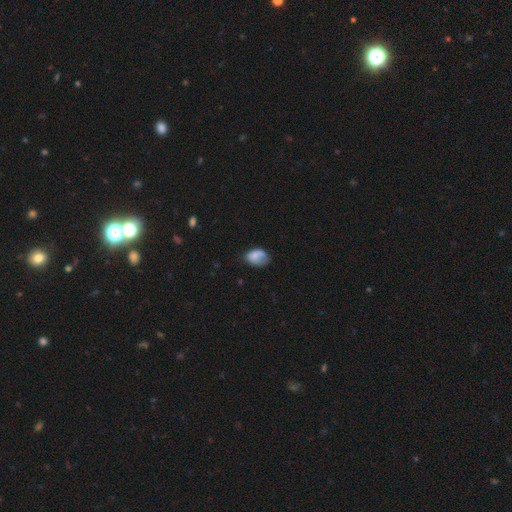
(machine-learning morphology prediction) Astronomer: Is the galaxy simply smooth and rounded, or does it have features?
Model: smooth — 76%.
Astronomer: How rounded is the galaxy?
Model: in between — 79%.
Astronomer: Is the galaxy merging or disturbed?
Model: none — 43% (runner-up: minor disturbance, 36%).